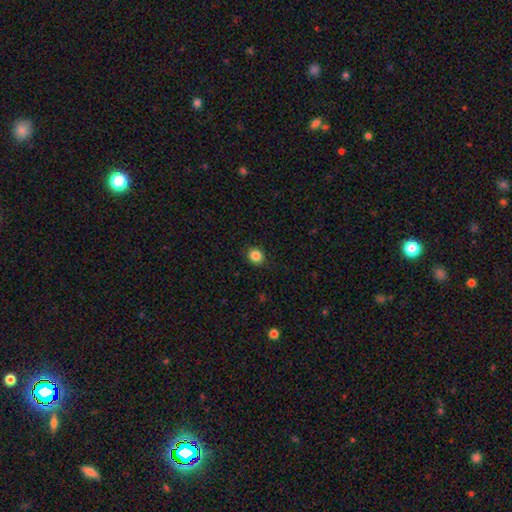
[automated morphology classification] Smooth or featured?
  - smooth: 85% *
  - star or artifact: 11%
  - featured or disk: 4%
How rounded?
  - round: 77% *
  - in between: 22%
  - cigar-shaped: 1%
Merging?
  - none: 90% *
  - minor disturbance: 7%
  - major disturbance: 2%
  - merger: 1%